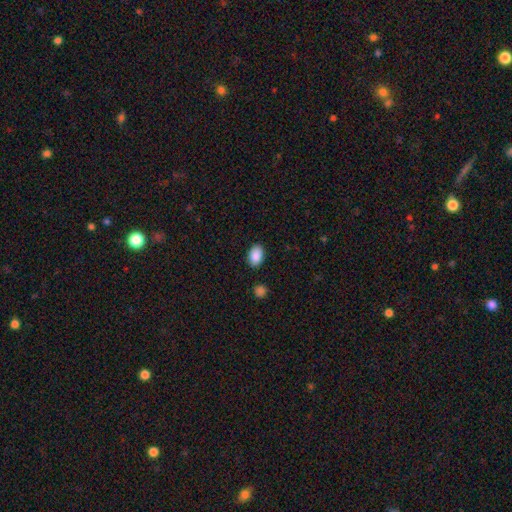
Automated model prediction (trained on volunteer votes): smooth-or-featured: smooth: 89% | star or artifact: 7% | featured or disk: 4%
  how-rounded: in between: 87% | round: 12% | cigar-shaped: 1%
  merging: none: 86% | minor disturbance: 9% | major disturbance: 2% | merger: 2%